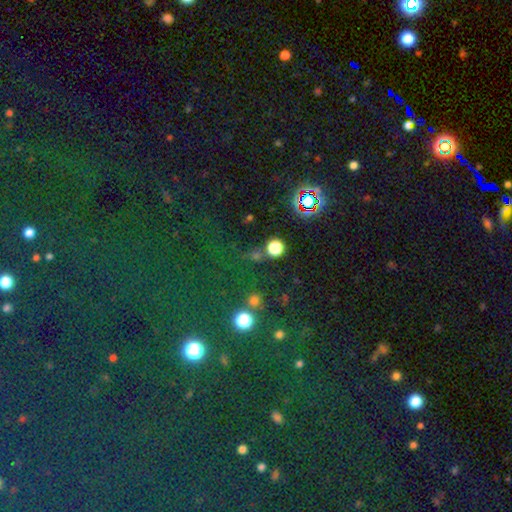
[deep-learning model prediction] Overall: star or artifact (48%; smooth 43%).